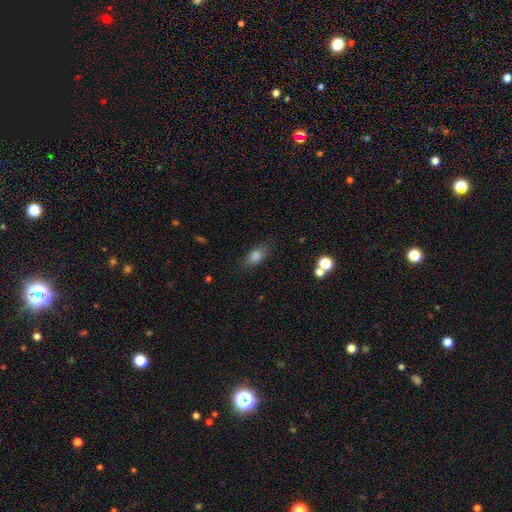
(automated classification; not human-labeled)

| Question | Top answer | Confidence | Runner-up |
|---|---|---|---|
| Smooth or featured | smooth | 77% | featured or disk (13%) |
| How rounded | in between | 77% | cigar-shaped (14%) |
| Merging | none | 80% | minor disturbance (14%) |